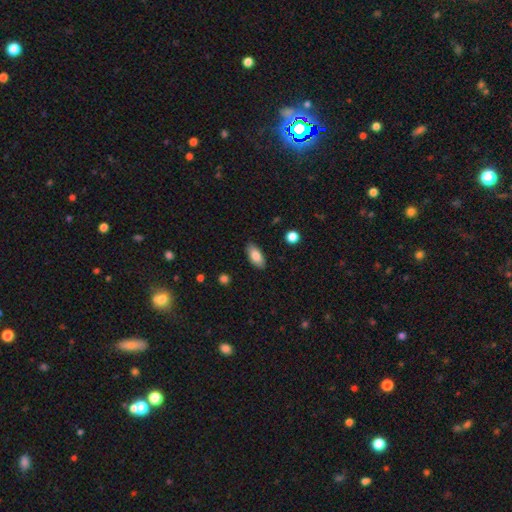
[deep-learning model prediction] A smooth galaxy with no disk features (83%) that is in between round and cigar-shaped (88%). Merging: none (87%).